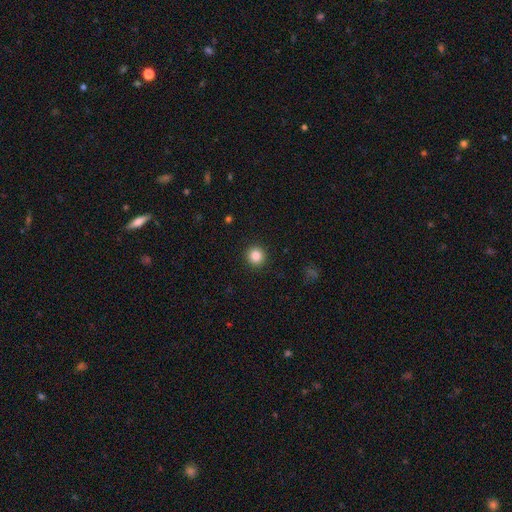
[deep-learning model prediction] Smooth or featured? Predicted: smooth (p=0.86). How rounded? Predicted: round (p=0.94). Merging? Predicted: none (p=0.92).